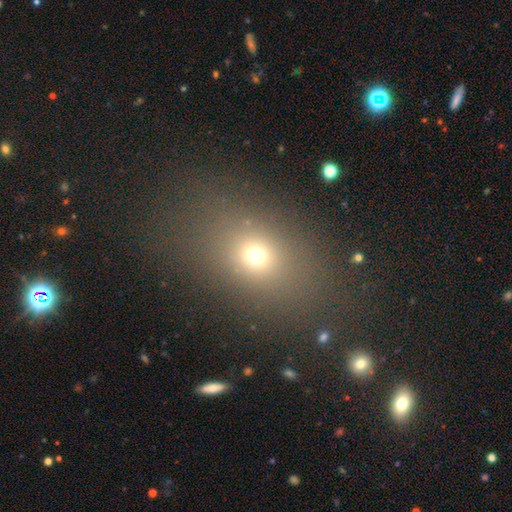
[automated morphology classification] smooth_or_featured: smooth (p=0.67) [alt: star or artifact p=0.21]
how_rounded: in between (p=0.57) [alt: round p=0.41]
merging: none (p=0.77) [alt: minor disturbance p=0.11]